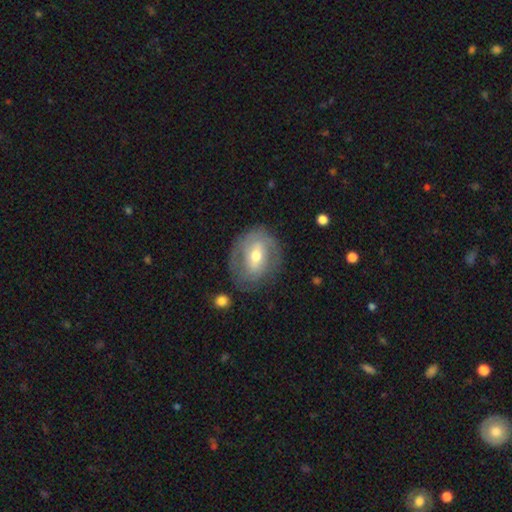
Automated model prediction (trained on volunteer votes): Smooth or featured?
  - featured or disk: 67% *
  - smooth: 26%
  - star or artifact: 7%
Edge-on disk?
  - no: 94% *
  - yes: 6%
Bar?
  - weak: 43% *
  - strong: 29%
  - no: 27%
Spiral arms?
  - yes: 67% *
  - no: 33%
Bulge size?
  - moderate: 66% *
  - small: 27%
  - large: 5%
  - none: 1%
  - dominant: 1%
Merging?
  - none: 71% *
  - minor disturbance: 18%
  - major disturbance: 8%
  - merger: 2%